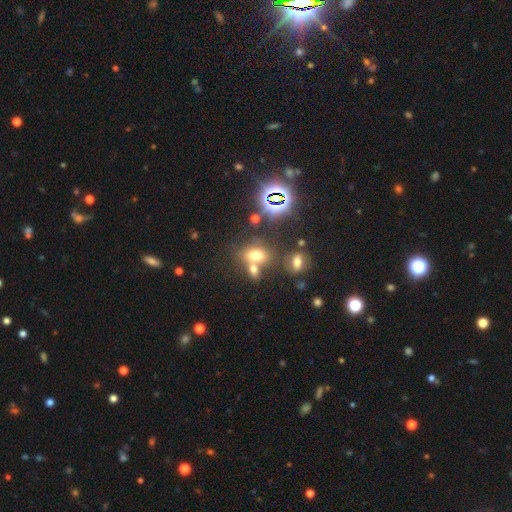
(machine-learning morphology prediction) Smooth or featured?
  - smooth: 62% *
  - star or artifact: 25%
  - featured or disk: 13%
How rounded?
  - in between: 69% *
  - round: 29%
  - cigar-shaped: 2%
Merging?
  - none: 44% *
  - merger: 40%
  - minor disturbance: 11%
  - major disturbance: 6%